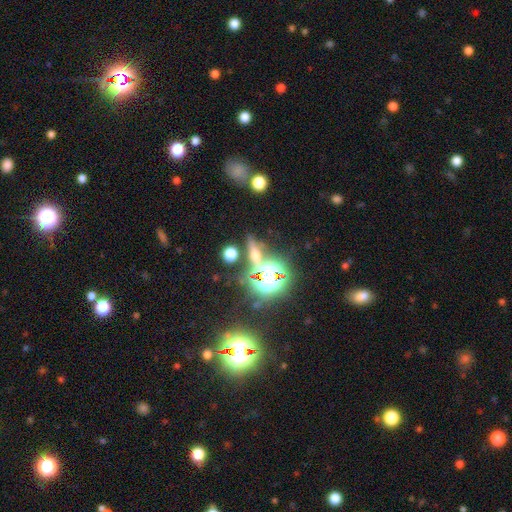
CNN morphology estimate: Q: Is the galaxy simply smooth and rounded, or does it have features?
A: star or artifact — 56%.